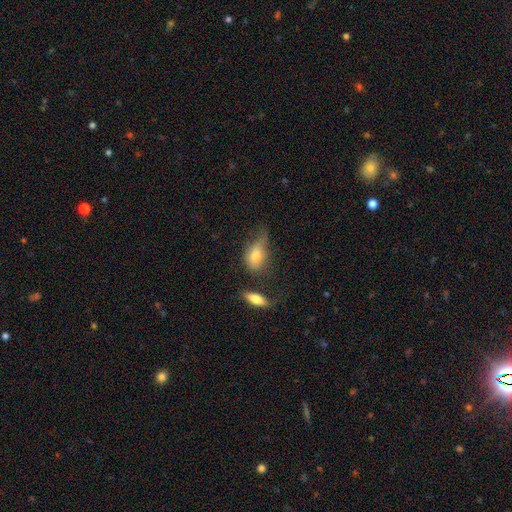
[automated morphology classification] smooth_or_featured: smooth (p=0.69) [alt: featured or disk p=0.22]
how_rounded: in between (p=0.78) [alt: round p=0.14]
merging: minor disturbance (p=0.34) [alt: major disturbance p=0.32]